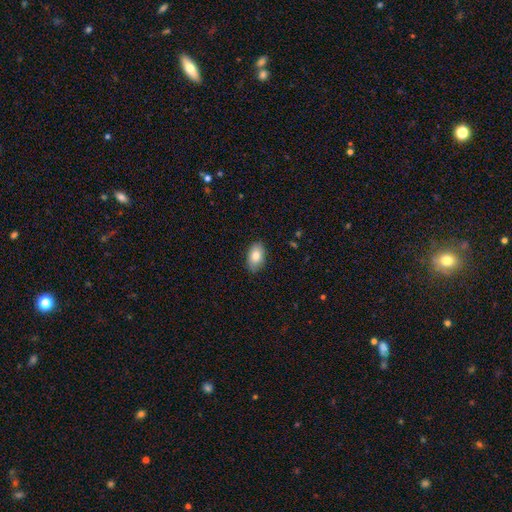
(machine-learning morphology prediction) Smooth or featured? smooth (82%)
How rounded? in between (92%)
Merging? none (85%)